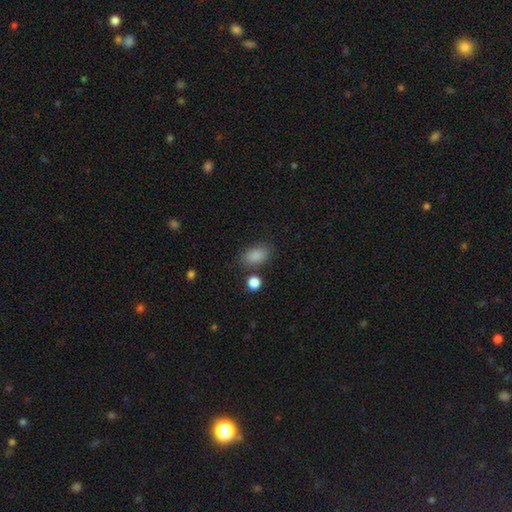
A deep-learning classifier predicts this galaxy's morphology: Overall: smooth (87%). How rounded: in between (87%). Merging: none (78%).